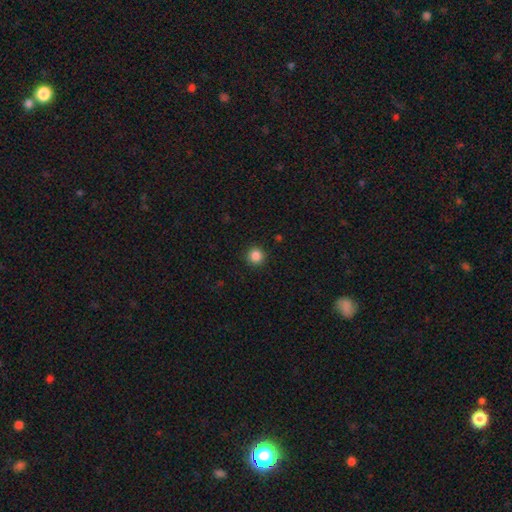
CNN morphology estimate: Q: Smooth or featured?
A: smooth (86%); runner-up: star or artifact (11%)
Q: How rounded?
A: round (96%); runner-up: in between (3%)
Q: Merging?
A: none (92%); runner-up: minor disturbance (5%)